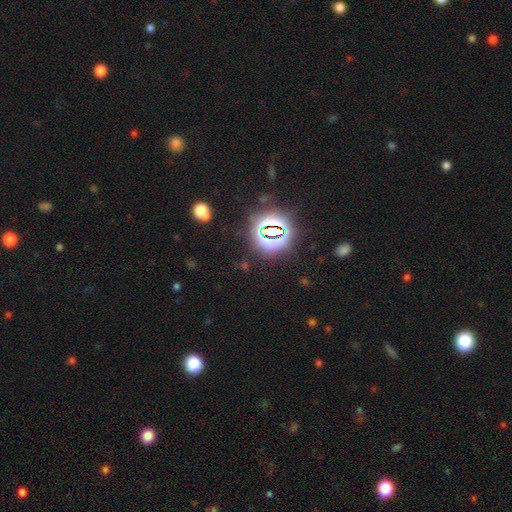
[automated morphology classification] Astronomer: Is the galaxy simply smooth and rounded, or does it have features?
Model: star or artifact — 82%.